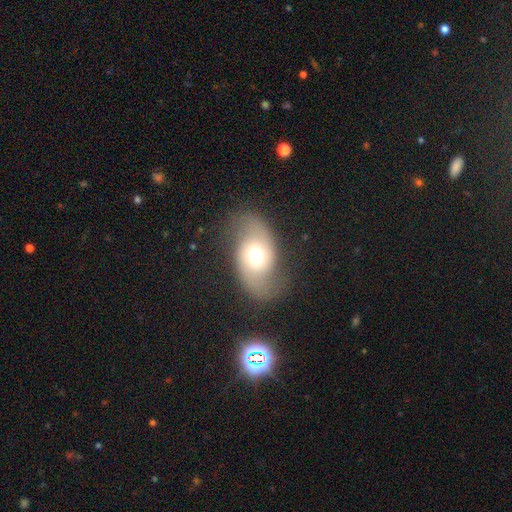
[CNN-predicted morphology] A featured or disk galaxy (64%) with no bar (62%), 2 (91%) loose (62%) spiral arms (84%) and a moderate central bulge (63%). Merging: none (68%).